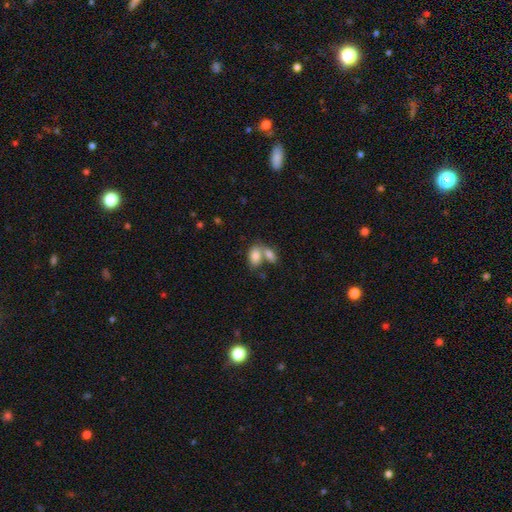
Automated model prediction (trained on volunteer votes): Overall: smooth (82%). How rounded: in between (90%). Merging: merger (60%; none 28%).